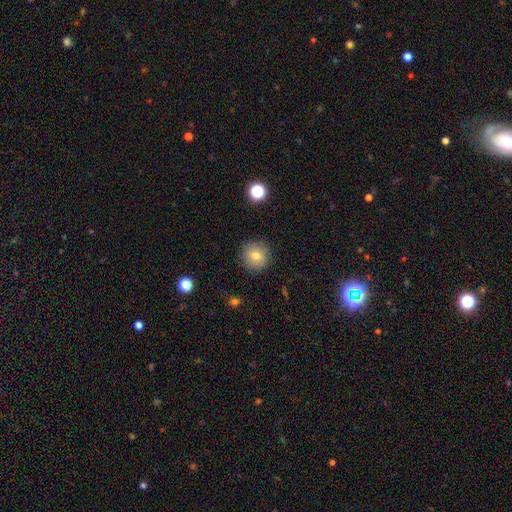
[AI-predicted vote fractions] A smooth galaxy with no disk features (76%) that is round (93%). Merging: none (88%).